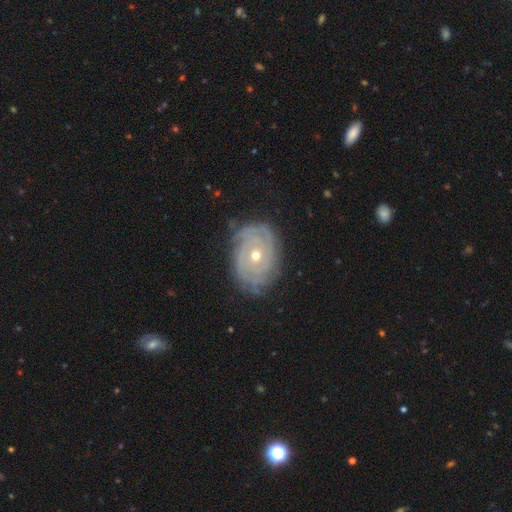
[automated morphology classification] This appears to be a featured or disk galaxy (86%) with no bar (80%), tight (83%) spiral arms (95%) and a moderate central bulge (52%). Merging: none (77%).